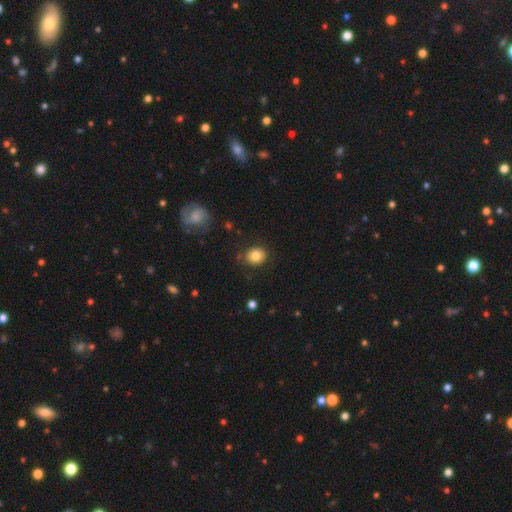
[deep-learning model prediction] A smooth galaxy with no disk features (83%) that is round (60%). Merging: none (83%).